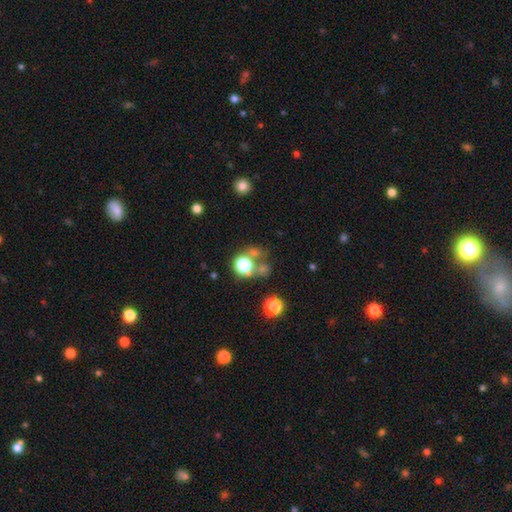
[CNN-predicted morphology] star or artifact 44%, smooth 39%, featured or disk 16%.